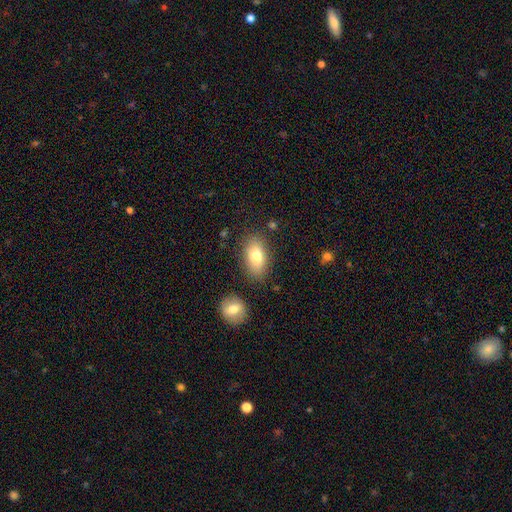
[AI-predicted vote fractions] This appears to be a smooth galaxy with no disk features (77%) that is in between round and cigar-shaped (88%). Merging: none (80%).